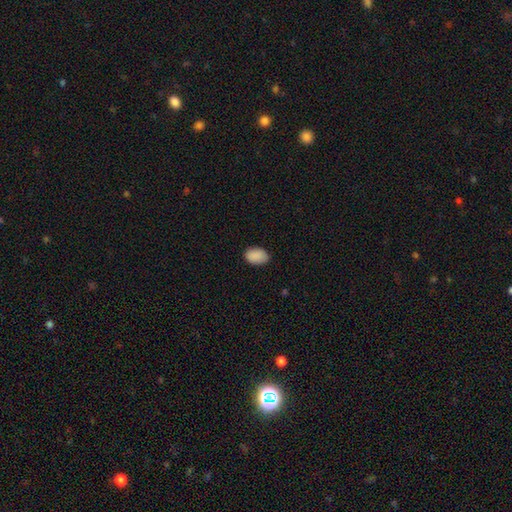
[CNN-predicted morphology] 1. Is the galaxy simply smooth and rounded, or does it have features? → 90% smooth, 7% star or artifact, 3% featured or disk.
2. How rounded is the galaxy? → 88% in between, 11% round, 1% cigar-shaped.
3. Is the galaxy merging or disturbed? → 83% none, 14% minor disturbance, 2% major disturbance, 1% merger.